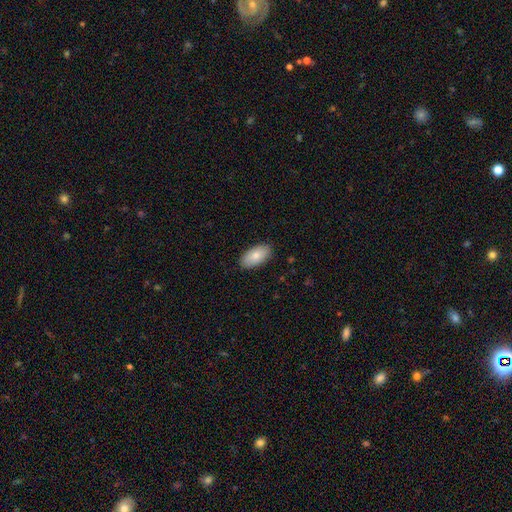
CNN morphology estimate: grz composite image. It shows a smooth galaxy with no disk features (82%) that is in between round and cigar-shaped (95%). Merging: none (88%).